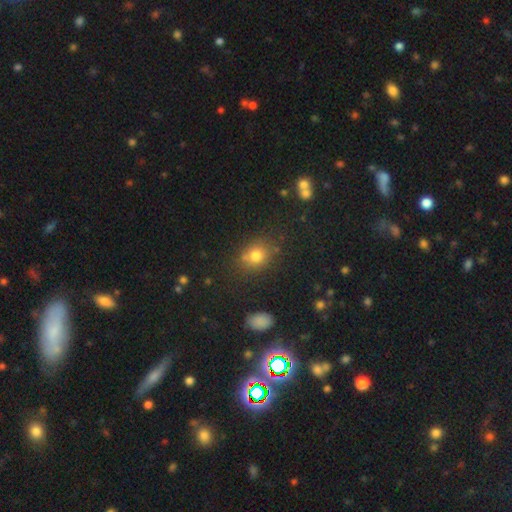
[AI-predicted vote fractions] This appears to be a smooth galaxy with no disk features (75%) that is round (63%). Merging: none (74%).